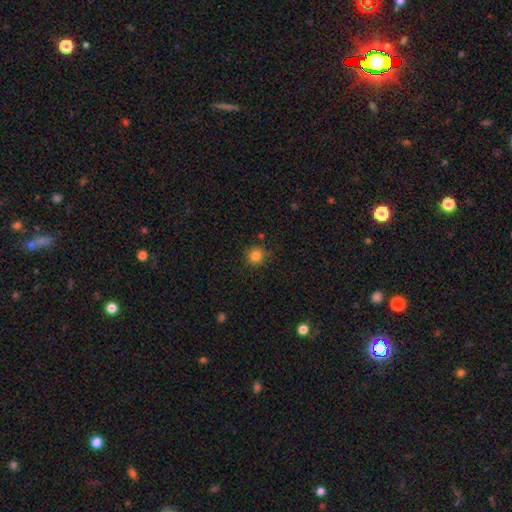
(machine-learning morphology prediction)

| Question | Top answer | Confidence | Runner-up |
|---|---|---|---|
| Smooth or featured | smooth | 84% | star or artifact (12%) |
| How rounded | round | 92% | in between (7%) |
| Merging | none | 84% | minor disturbance (11%) |